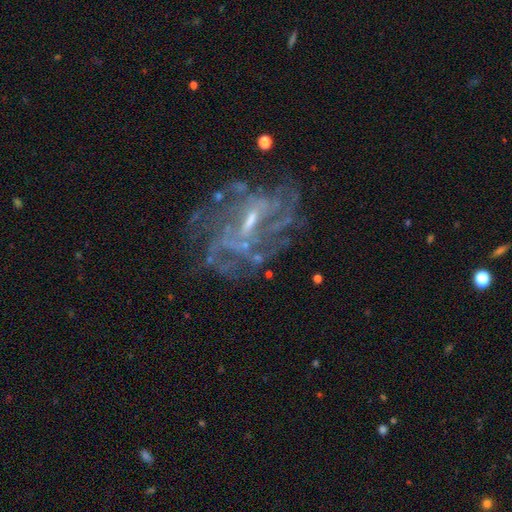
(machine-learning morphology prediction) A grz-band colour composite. It shows a featured or disk galaxy (84%) with a weak bar (51%), medium (41%) spiral arms (84%) and a small central bulge (51%). Merging: none (57%).